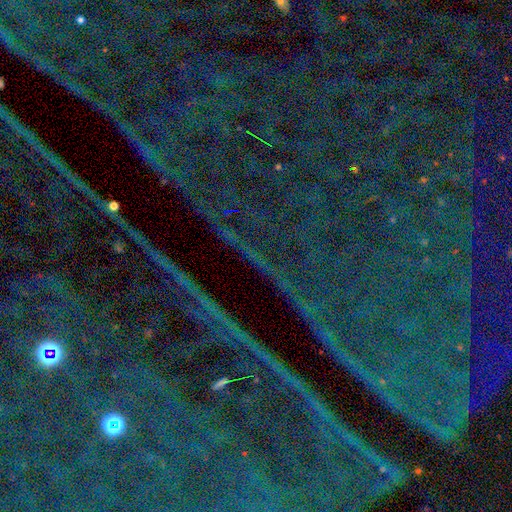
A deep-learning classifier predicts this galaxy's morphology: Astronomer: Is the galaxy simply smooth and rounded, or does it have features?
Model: star or artifact — 85%.